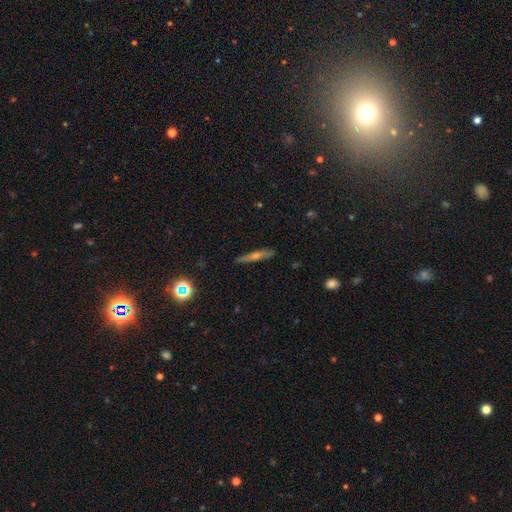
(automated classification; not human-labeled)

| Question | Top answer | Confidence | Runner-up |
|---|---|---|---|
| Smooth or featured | featured or disk | 55% | smooth (34%) |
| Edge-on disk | yes | 93% | no (7%) |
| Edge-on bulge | rounded | 82% | none (14%) |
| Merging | none | 87% | minor disturbance (9%) |